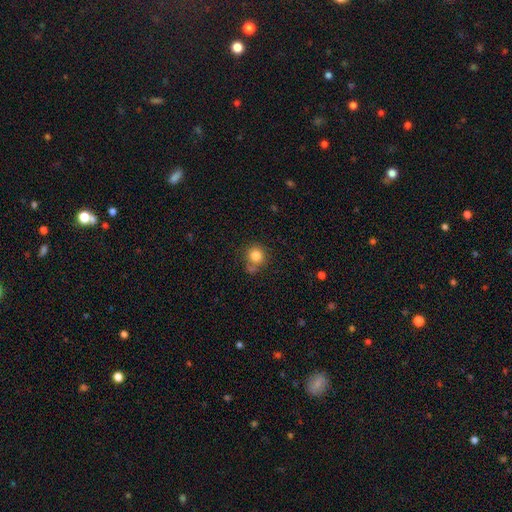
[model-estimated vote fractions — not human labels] Smooth or featured: smooth — 83% (star or artifact — 10%)
How rounded: round — 87% (in between — 12%)
Merging: none — 63% (minor disturbance — 16%)